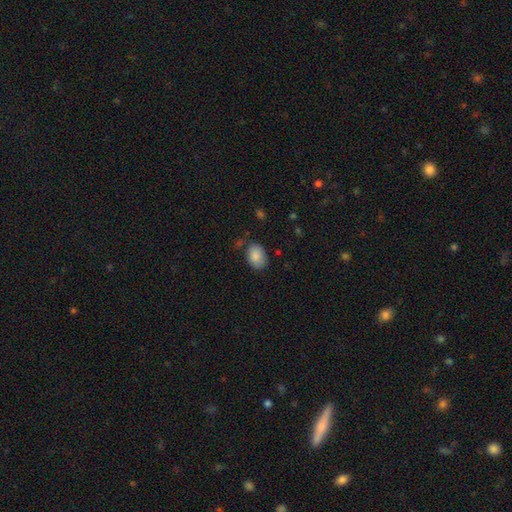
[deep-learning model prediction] Morphology: type=smooth (87%); roundness=in between (79%); merging=none (74%).